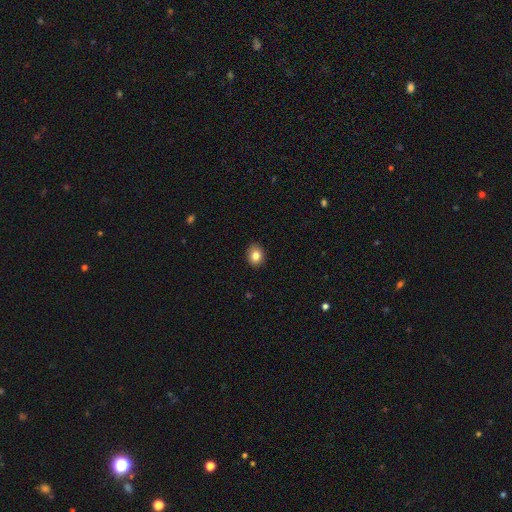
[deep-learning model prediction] smooth-or-featured: smooth: 82% | star or artifact: 10% | featured or disk: 8%
  how-rounded: round: 55% | in between: 45% | cigar-shaped: 1%
  merging: none: 89% | minor disturbance: 8% | major disturbance: 2% | merger: 1%